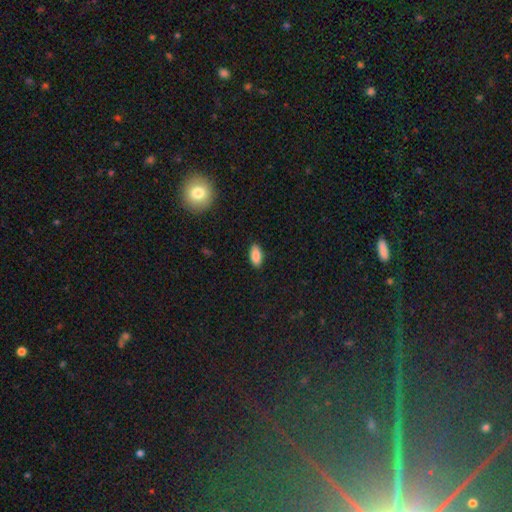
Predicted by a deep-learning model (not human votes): smooth 87%, star or artifact 8%, featured or disk 5%. Down the decision tree: how rounded — in between (89%); merging — none (87%).